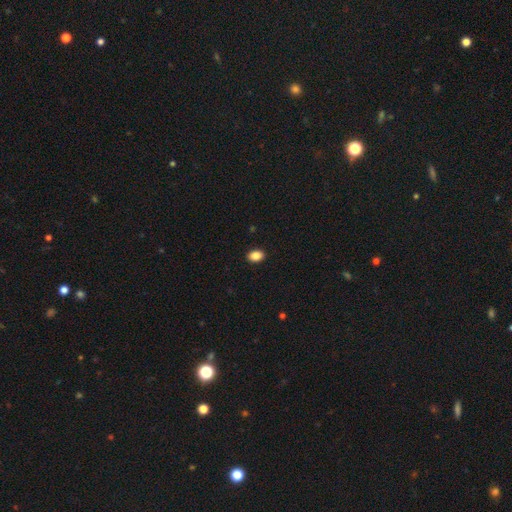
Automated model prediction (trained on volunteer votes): Smooth or featured?
  - smooth: 87% *
  - star or artifact: 8%
  - featured or disk: 4%
How rounded?
  - in between: 81% *
  - round: 18%
  - cigar-shaped: 1%
Merging?
  - none: 91% *
  - minor disturbance: 6%
  - major disturbance: 2%
  - merger: 1%